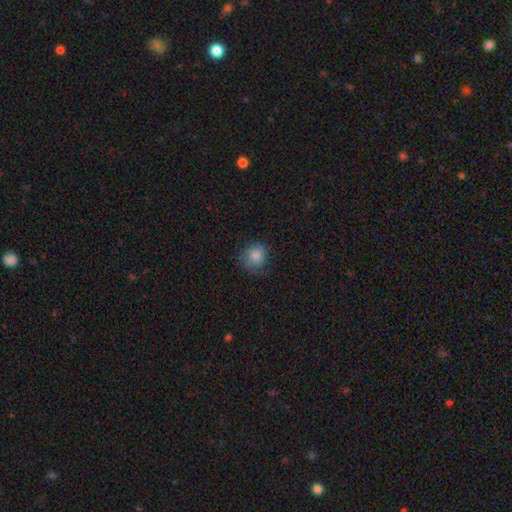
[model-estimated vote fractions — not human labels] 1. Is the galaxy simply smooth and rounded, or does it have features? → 79% smooth, 12% featured or disk, 9% star or artifact.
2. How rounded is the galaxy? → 75% round, 24% in between, 1% cigar-shaped.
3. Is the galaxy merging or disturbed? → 63% none, 25% minor disturbance, 11% major disturbance, 1% merger.